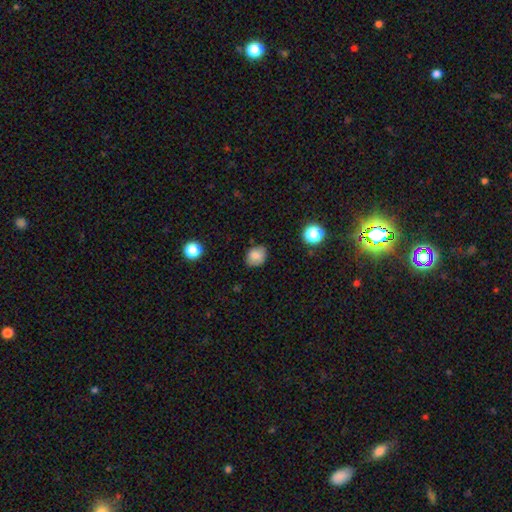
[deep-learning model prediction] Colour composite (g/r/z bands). It shows a smooth galaxy with no disk features (81%) that is in between round and cigar-shaped (50%, tied with round). Merging: none (79%).